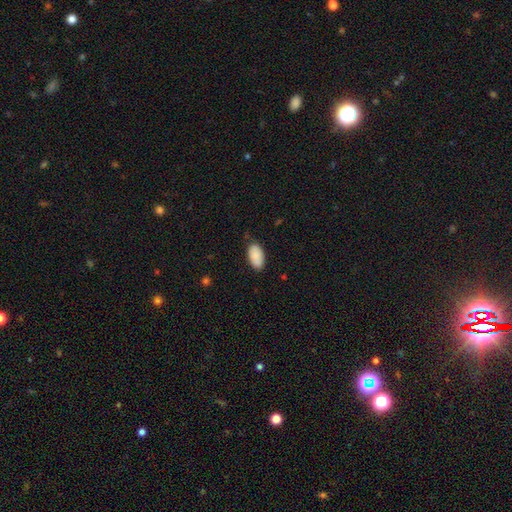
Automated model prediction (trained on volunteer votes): Overall: smooth (88%). How rounded: in between (95%). Merging: none (81%).